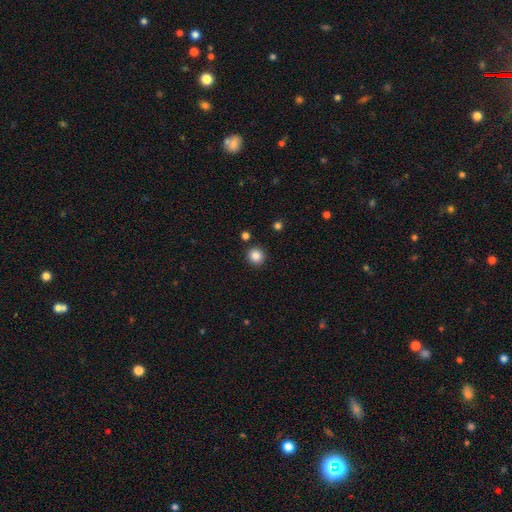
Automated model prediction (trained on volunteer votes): smooth 86%, star or artifact 11%, featured or disk 4%. Down the decision tree: how rounded — round (94%); merging — none (90%).